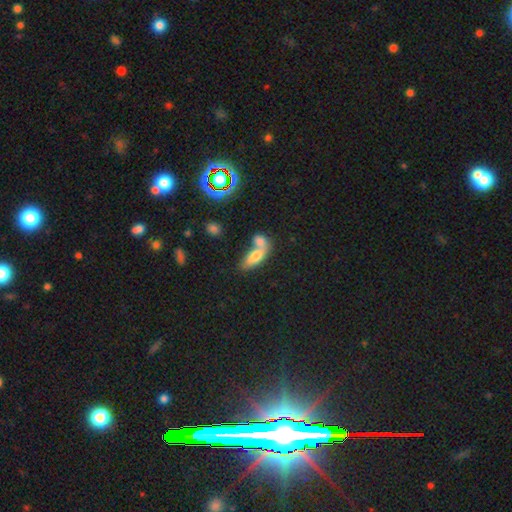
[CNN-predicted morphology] smooth-or-featured: smooth: 71% | featured or disk: 18% | star or artifact: 10%
  how-rounded: in between: 76% | cigar-shaped: 19% | round: 5%
  merging: merger: 62% | none: 25% | minor disturbance: 8% | major disturbance: 5%